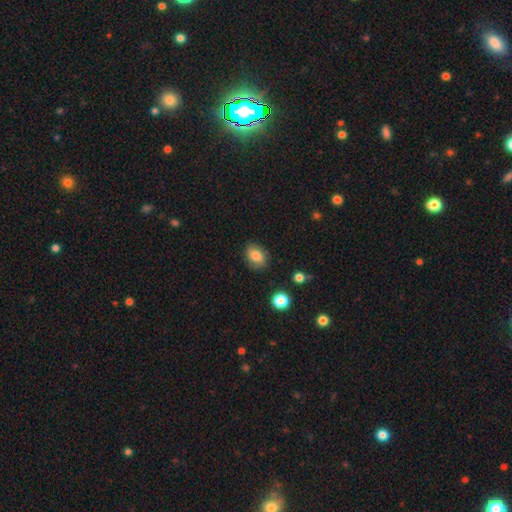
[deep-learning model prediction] Smooth or featured? smooth (79%)
How rounded? in between (68%)
Merging? none (79%)